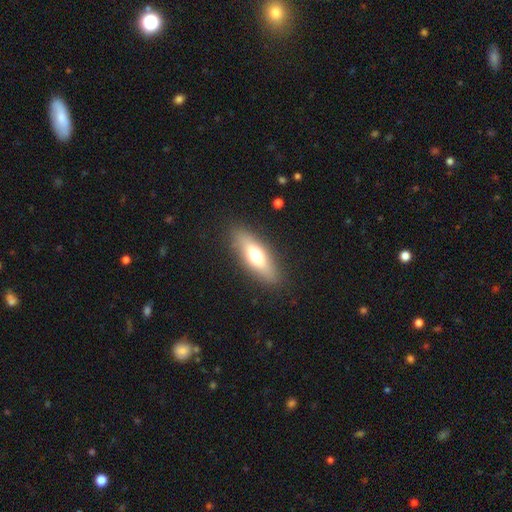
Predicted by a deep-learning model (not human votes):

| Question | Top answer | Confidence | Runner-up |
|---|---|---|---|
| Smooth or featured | smooth | 58% | featured or disk (35%) |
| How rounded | in between | 54% | cigar-shaped (43%) |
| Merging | none | 87% | minor disturbance (9%) |